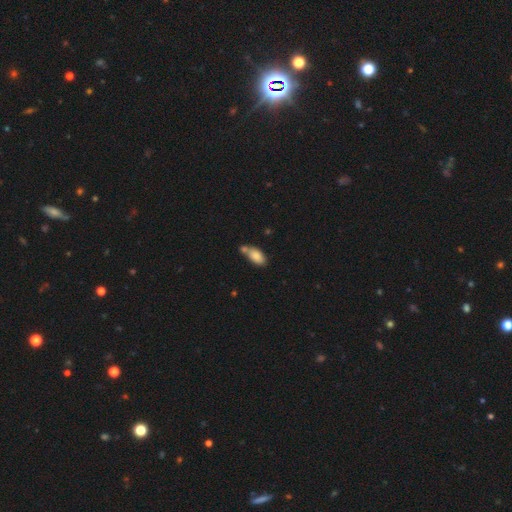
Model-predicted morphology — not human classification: Q: Smooth or featured?
A: smooth (84%); runner-up: featured or disk (9%)
Q: How rounded?
A: in between (91%); runner-up: cigar-shaped (5%)
Q: Merging?
A: none (41%); runner-up: merger (38%)